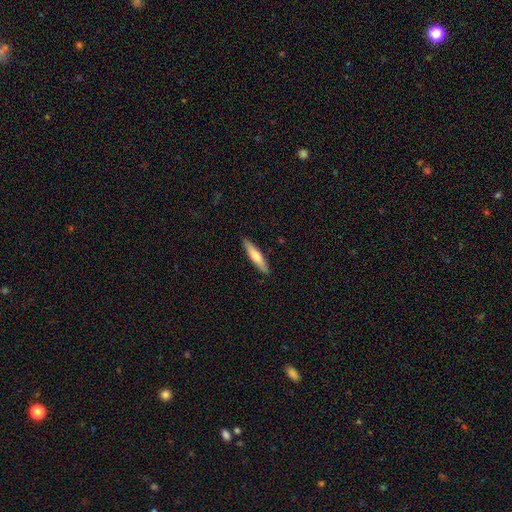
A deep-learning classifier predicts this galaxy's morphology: Q: Smooth or featured?
A: smooth (60%); runner-up: featured or disk (35%)
Q: How rounded?
A: cigar-shaped (87%); runner-up: in between (12%)
Q: Merging?
A: none (91%); runner-up: minor disturbance (7%)